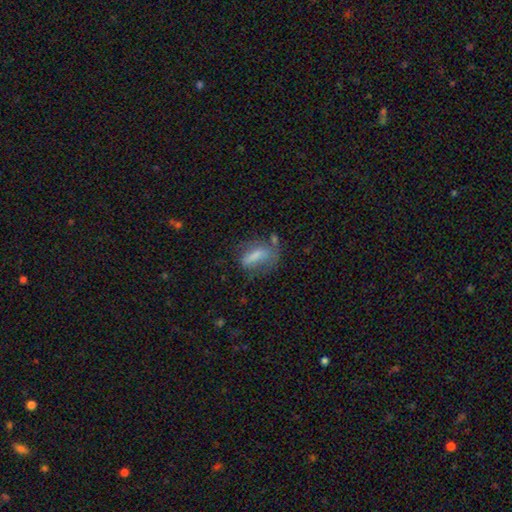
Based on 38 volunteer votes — Smooth or featured?
  - smooth: 82% *
  - featured or disk: 13%
  - star or artifact: 5%
How rounded?
  - in between: 68% *
  - cigar-shaped: 26%
  - round: 6%
Merging?
  - none: 31% * (tied)
  - minor disturbance: 31% * (tied)
  - major disturbance: 25%
  - merger: 14%